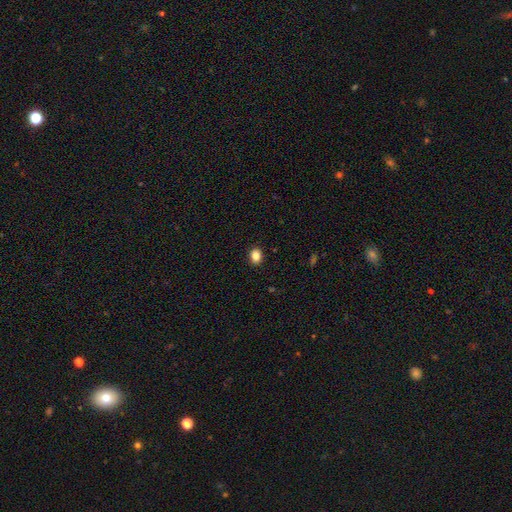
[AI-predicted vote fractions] Smooth or featured: smooth — 85% (star or artifact — 10%)
How rounded: in between — 57% (round — 42%)
Merging: none — 91% (minor disturbance — 7%)